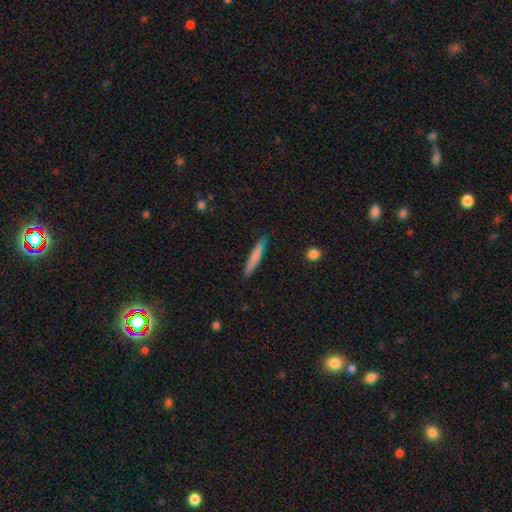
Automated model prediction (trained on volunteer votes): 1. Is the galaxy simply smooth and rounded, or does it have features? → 74% smooth, 19% featured or disk, 7% star or artifact.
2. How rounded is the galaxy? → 93% cigar-shaped, 6% in between, 1% round.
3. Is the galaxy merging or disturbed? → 83% none, 13% minor disturbance, 2% major disturbance, 2% merger.